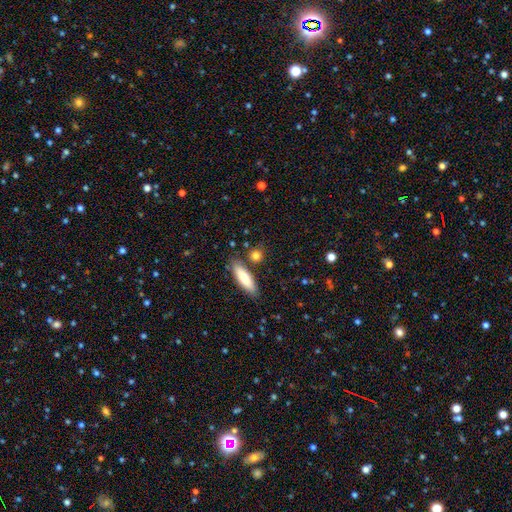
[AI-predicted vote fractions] smooth_or_featured: smooth (p=0.80) [alt: featured or disk p=0.12]
how_rounded: round (p=0.40) [alt: in between p=0.30]
merging: none (p=0.79) [alt: minor disturbance p=0.10]